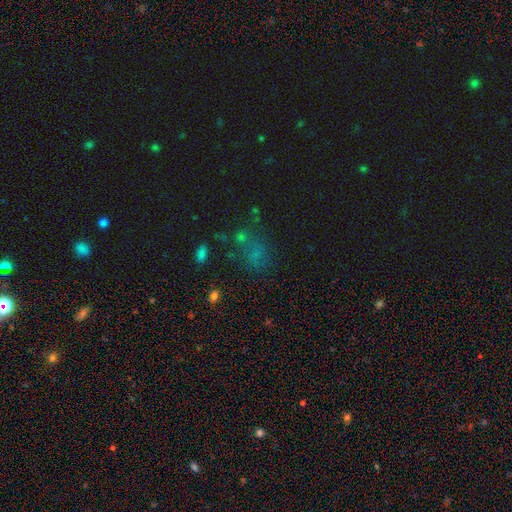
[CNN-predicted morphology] A smooth galaxy with no disk features (42%, tied with star or artifact). Merging: none (51%).